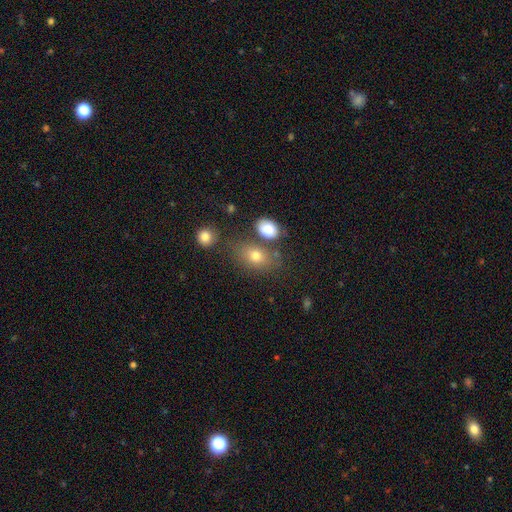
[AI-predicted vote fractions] smooth-or-featured: smooth: 75% | featured or disk: 13% | star or artifact: 11%
  how-rounded: in between: 78% | round: 21% | cigar-shaped: 2%
  merging: none: 63% | merger: 16% | minor disturbance: 15% | major disturbance: 6%